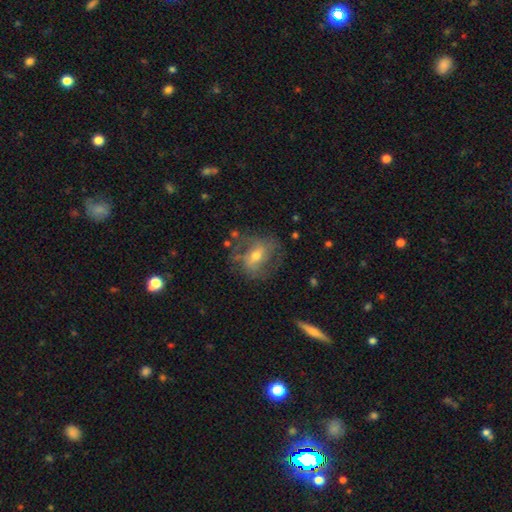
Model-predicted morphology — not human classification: This appears to be a featured or disk galaxy (66%) with a weak bar (42%), spiral arms (71%) and a moderate central bulge (63%). Merging: none (62%).